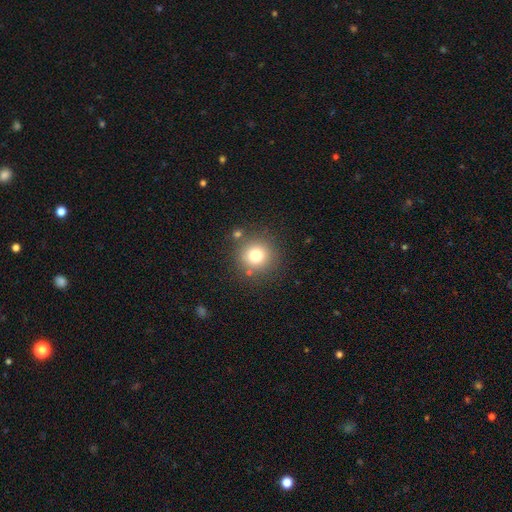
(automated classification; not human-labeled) This appears to be a smooth galaxy with no disk features (77%) that is round (93%). Merging: none (82%).